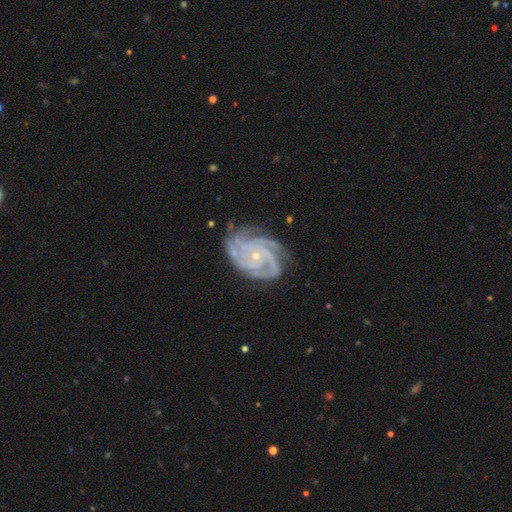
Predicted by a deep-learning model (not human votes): Smooth or featured?
  - featured or disk: 91% *
  - star or artifact: 5%
  - smooth: 3%
Edge-on disk?
  - no: 98% *
  - yes: 2%
Bar?
  - no: 75% *
  - weak: 19%
  - strong: 7%
Spiral arms?
  - yes: 99% *
  - no: 1%
Spiral winding?
  - tight: 70% *
  - medium: 26%
  - loose: 3%
Spiral arm count?
  - 4: 39% *
  - 3: 26%
  - can't tell: 10%
  - more than 4: 10%
  - 2: 9%
  - 1: 6%
Bulge size?
  - small: 81% *
  - moderate: 16%
  - none: 2%
  - large: 1%
  - dominant: 1%
Merging?
  - none: 74% *
  - minor disturbance: 18%
  - major disturbance: 6%
  - merger: 2%